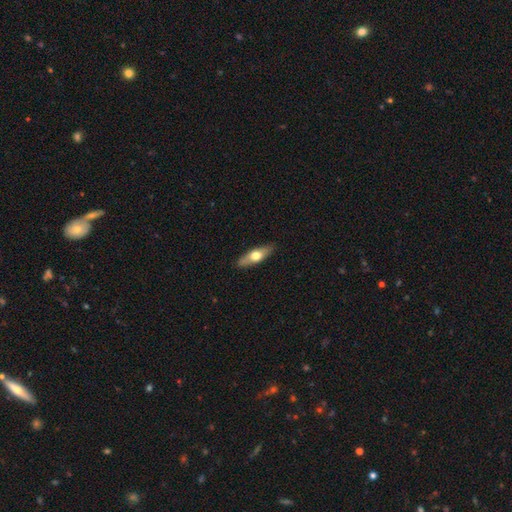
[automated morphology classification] A smooth galaxy with no disk features (55%) that is in between round and cigar-shaped (51%). Merging: none (88%).